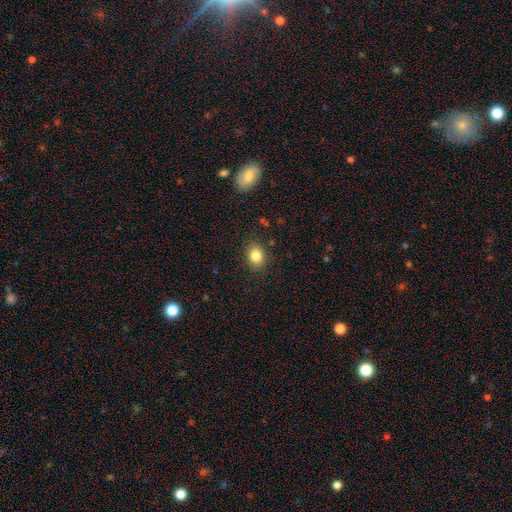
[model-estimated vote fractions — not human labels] Smooth or featured: smooth — 84% (star or artifact — 10%)
How rounded: in between — 59% (round — 41%)
Merging: none — 86% (minor disturbance — 10%)